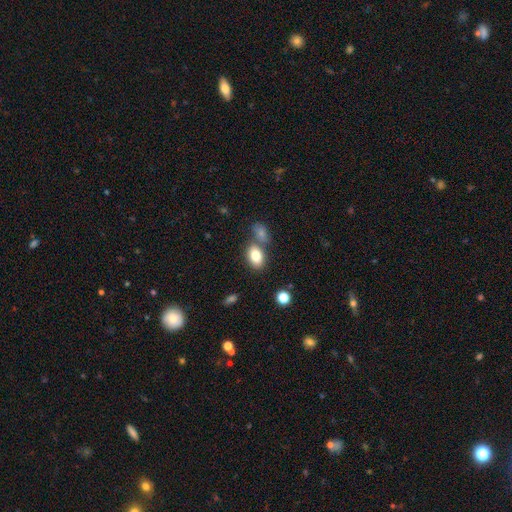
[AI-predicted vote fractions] A smooth galaxy with no disk features (82%) that is in between round and cigar-shaped (84%).

Vote fractions:
- Smooth or featured? smooth: 82% / featured or disk: 10% / star or artifact: 8%
- How rounded? in between: 84% / round: 14% / cigar-shaped: 2%
- Merging? none: 59% / merger: 25% / minor disturbance: 12% / major disturbance: 4%